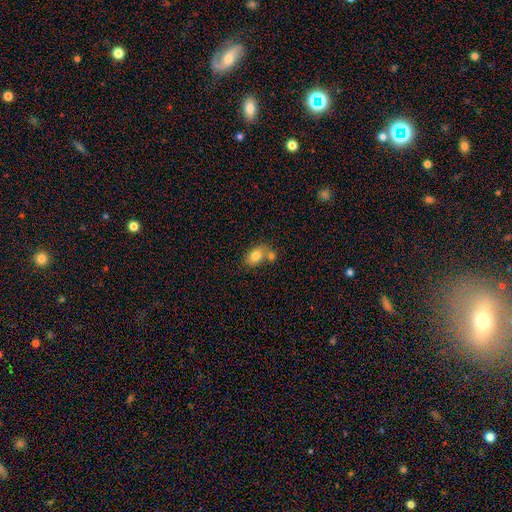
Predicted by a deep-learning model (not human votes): Overall: smooth (80%). How rounded: in between (81%). Merging: none (42%; merger 40%).